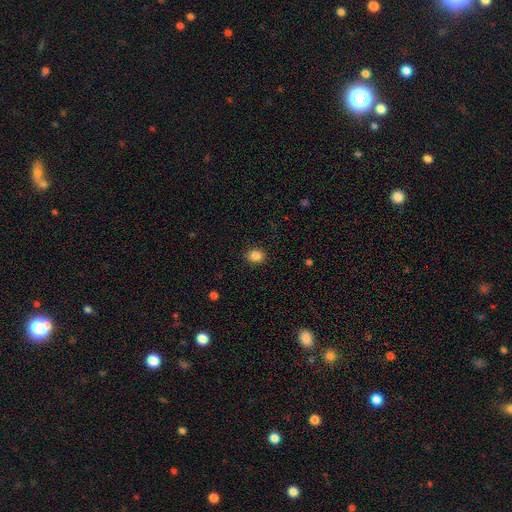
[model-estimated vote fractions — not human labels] This is clearly a smooth galaxy (86%). How rounded: possibly round (58%). Merging: clearly none (89%).